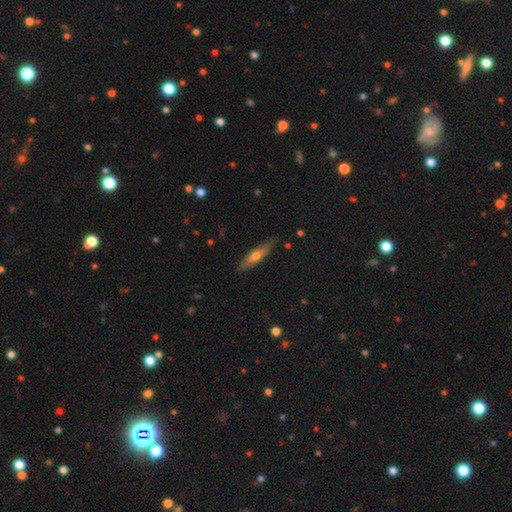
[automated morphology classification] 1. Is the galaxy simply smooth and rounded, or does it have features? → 49% featured or disk, 45% smooth, 6% star or artifact.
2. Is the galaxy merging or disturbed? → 86% none, 11% minor disturbance, 2% major disturbance, 1% merger.